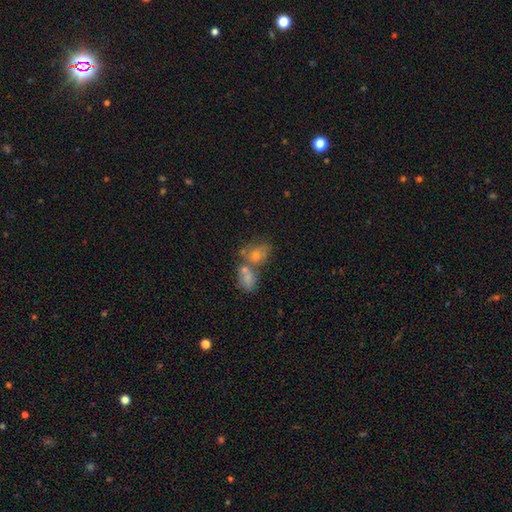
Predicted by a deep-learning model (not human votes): A smooth galaxy with no disk features (54%) that is in between round and cigar-shaped (57%). Merging: merger (51%).